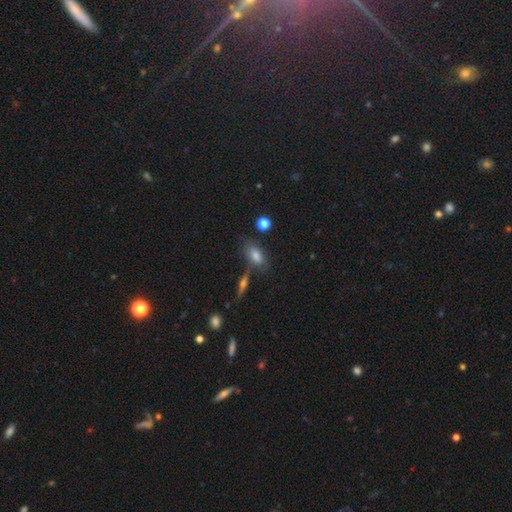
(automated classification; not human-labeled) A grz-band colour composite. It shows a smooth galaxy with no disk features (72%) that is in between round and cigar-shaped (83%). Merging: none (66%).